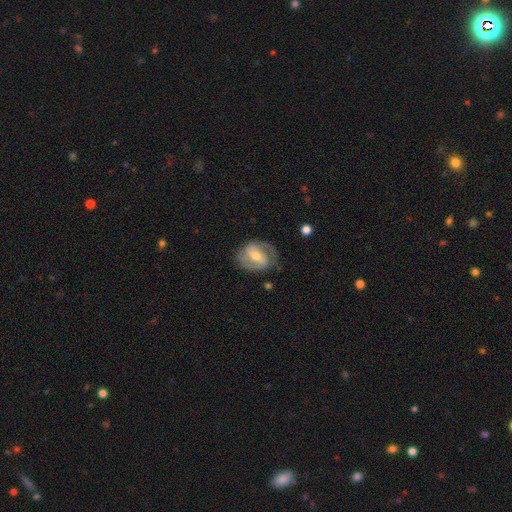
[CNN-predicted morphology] A featured or disk galaxy (78%) with a weak bar (45%), 2 (82%) medium (47%) spiral arms (91%) and a moderate central bulge (58%). Merging: none (71%).